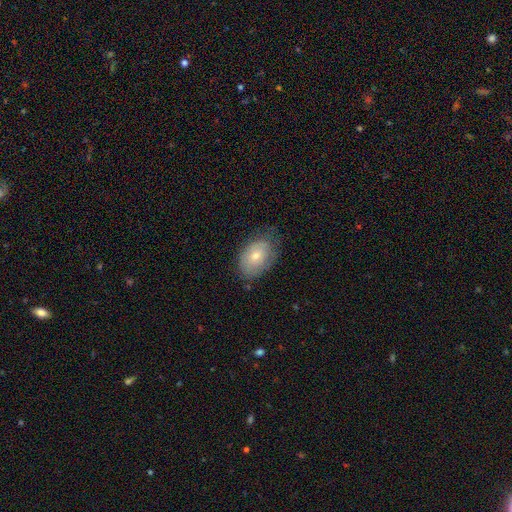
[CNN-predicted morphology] type=smooth (70%); roundness=in between (86%); merging=none (64%).